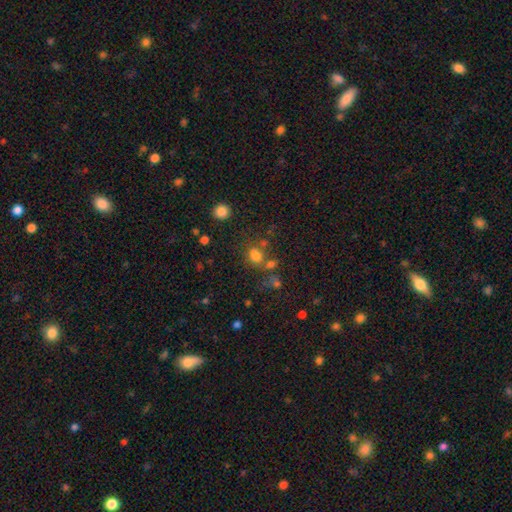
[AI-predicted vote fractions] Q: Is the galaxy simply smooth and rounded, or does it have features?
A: smooth — 73%.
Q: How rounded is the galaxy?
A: round — 55%.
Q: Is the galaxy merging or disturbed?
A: none — 53%.